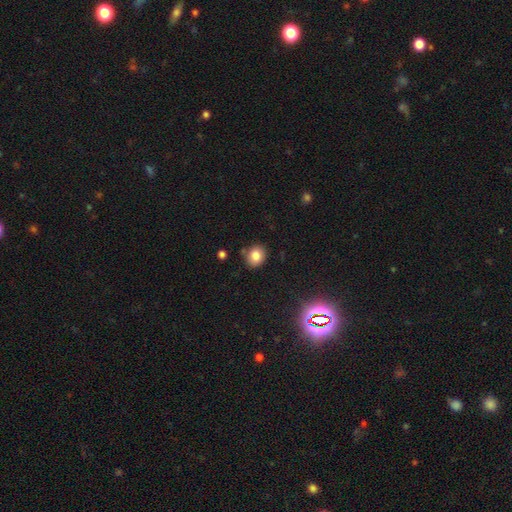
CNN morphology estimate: smooth-or-featured: smooth: 82% | star or artifact: 11% | featured or disk: 7%
  how-rounded: round: 60% | in between: 39% | cigar-shaped: 1%
  merging: none: 80% | minor disturbance: 13% | merger: 4% | major disturbance: 3%